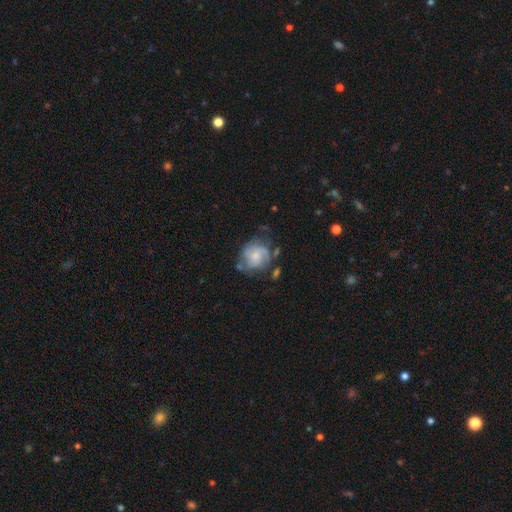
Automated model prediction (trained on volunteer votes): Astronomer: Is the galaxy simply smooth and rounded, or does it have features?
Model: featured or disk — 62%.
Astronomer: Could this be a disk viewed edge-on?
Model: no — 98%.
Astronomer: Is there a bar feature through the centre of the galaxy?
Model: no — 70%.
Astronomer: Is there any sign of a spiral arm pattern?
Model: yes — 83%.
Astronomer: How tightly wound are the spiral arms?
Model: tight — 43% (runner-up: medium, 40%).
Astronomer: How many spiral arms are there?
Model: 2 — 38% (runner-up: can't tell, 32%).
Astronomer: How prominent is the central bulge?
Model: moderate — 41% (runner-up: small, 38%).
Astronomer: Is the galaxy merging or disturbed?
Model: none — 53%.